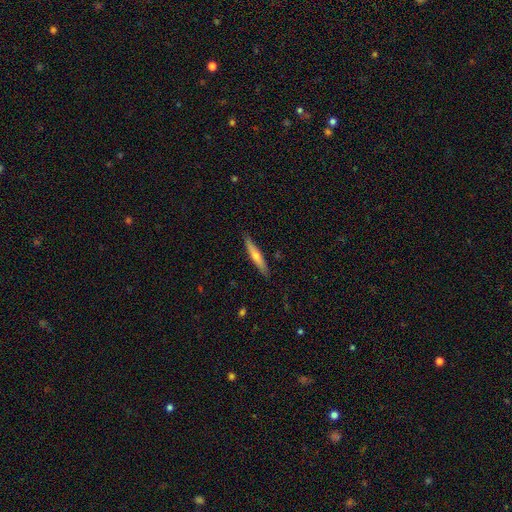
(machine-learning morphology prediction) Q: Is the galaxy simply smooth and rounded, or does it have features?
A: smooth — 50%.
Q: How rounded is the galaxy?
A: cigar-shaped — 90%.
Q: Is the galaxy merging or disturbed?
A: none — 88%.